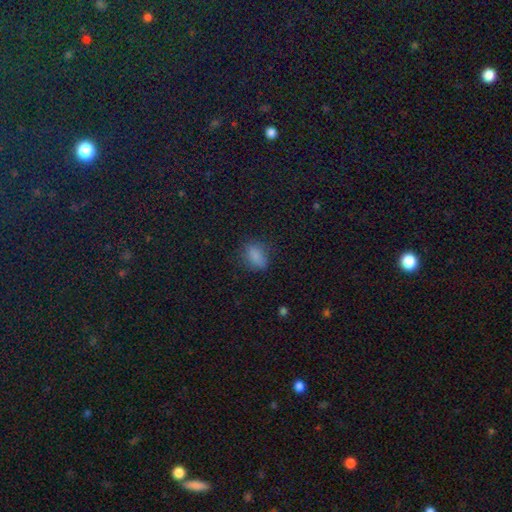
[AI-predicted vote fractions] smooth_or_featured: smooth (p=0.81) [alt: star or artifact p=0.13]
how_rounded: in between (p=0.79) [alt: round p=0.18]
merging: none (p=0.72) [alt: minor disturbance p=0.20]